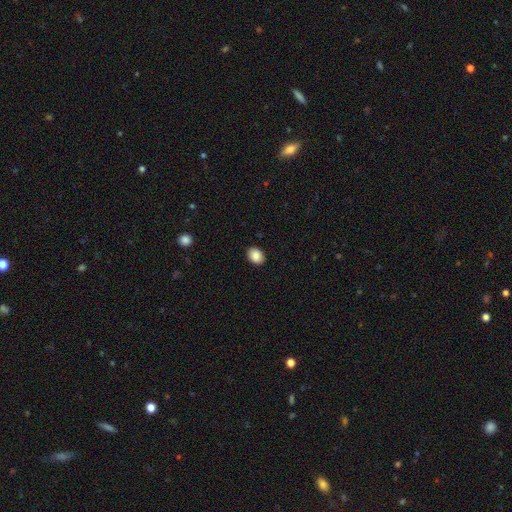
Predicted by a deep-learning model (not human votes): Morphology: type=smooth (89%); roundness=in between (69%); merging=none (89%).